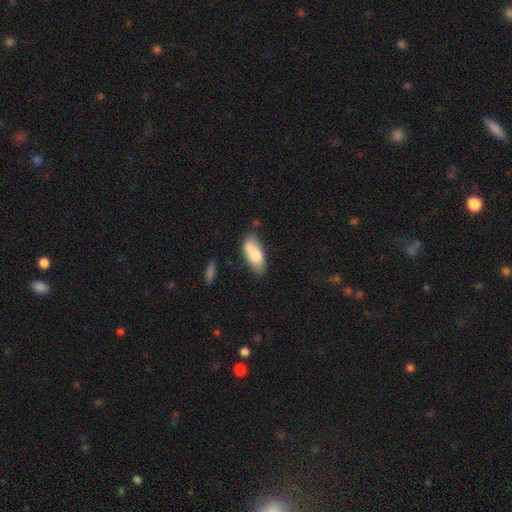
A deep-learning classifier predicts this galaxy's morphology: Q: Smooth or featured?
A: smooth (67%); runner-up: featured or disk (26%)
Q: How rounded?
A: in between (82%); runner-up: cigar-shaped (14%)
Q: Merging?
A: none (41%); runner-up: merger (34%)